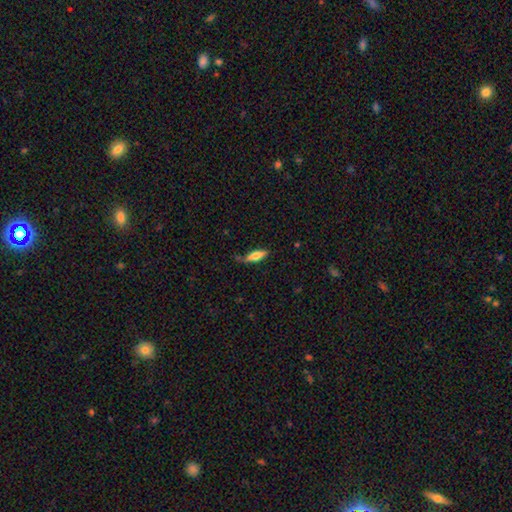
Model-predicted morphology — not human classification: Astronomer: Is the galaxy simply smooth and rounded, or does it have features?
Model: smooth — 65%.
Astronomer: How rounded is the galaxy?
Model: cigar-shaped — 52% (runner-up: in between, 46%).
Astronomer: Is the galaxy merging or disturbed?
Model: none — 69%.